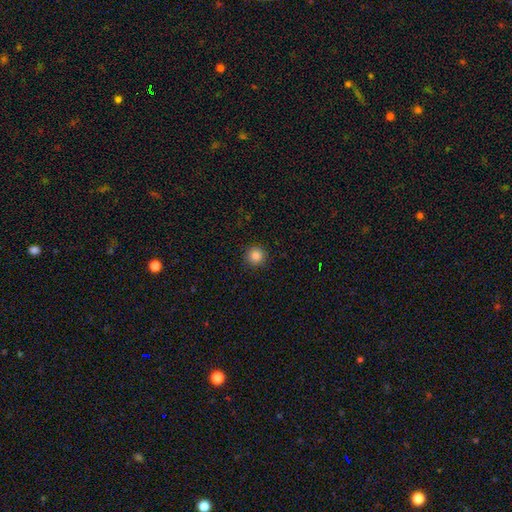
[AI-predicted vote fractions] Morphology: type=smooth (86%); roundness=round (95%); merging=none (91%).